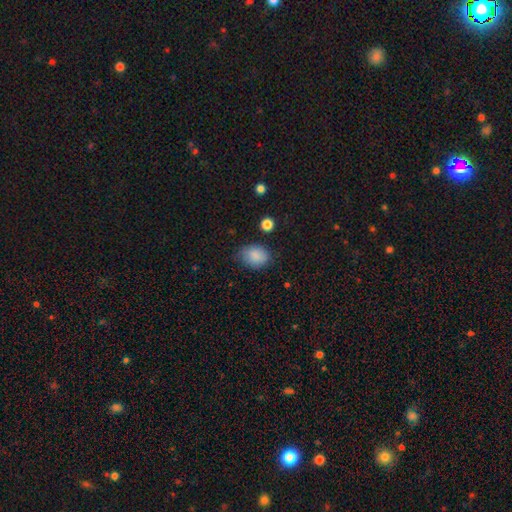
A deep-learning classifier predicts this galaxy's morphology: Smooth or featured?
  - smooth: 87% *
  - star or artifact: 8%
  - featured or disk: 5%
How rounded?
  - in between: 68% *
  - round: 31%
  - cigar-shaped: 1%
Merging?
  - none: 70% *
  - minor disturbance: 23%
  - major disturbance: 5%
  - merger: 2%